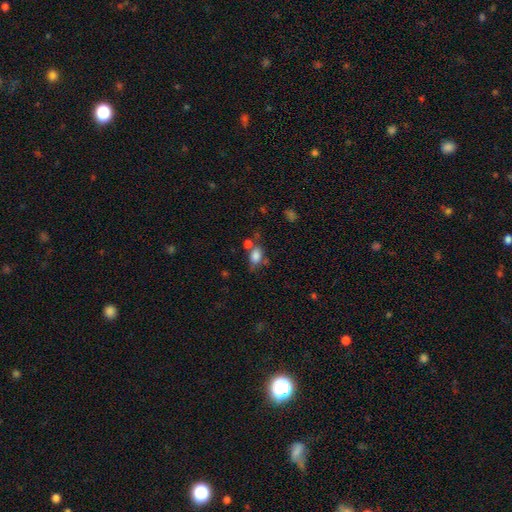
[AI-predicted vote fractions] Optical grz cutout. It shows a smooth galaxy with no disk features (80%) that is in between round and cigar-shaped (80%). Merging: none (47%).